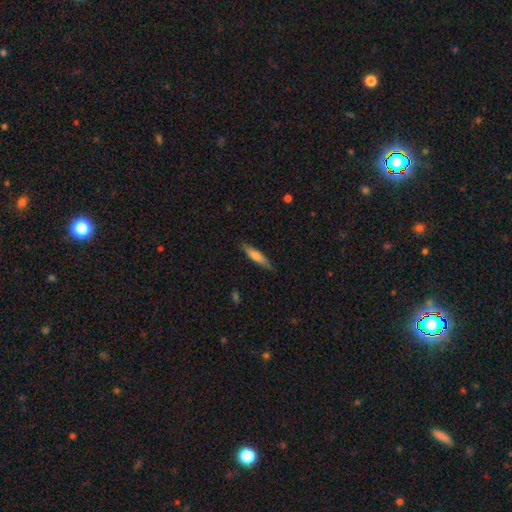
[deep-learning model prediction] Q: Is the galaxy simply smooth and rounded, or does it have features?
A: smooth — 67%.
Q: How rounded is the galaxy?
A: cigar-shaped — 82%.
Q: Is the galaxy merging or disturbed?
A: none — 85%.